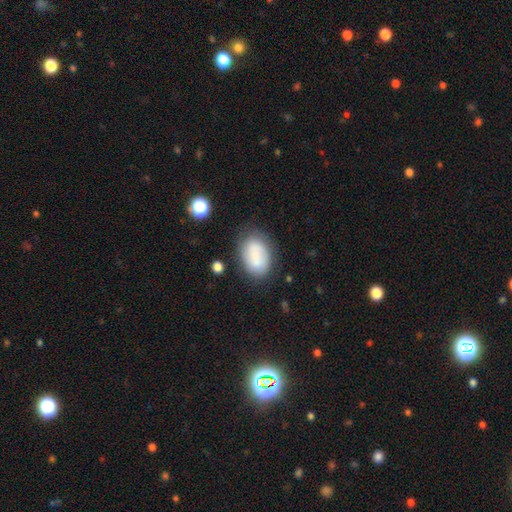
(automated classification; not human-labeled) Smooth or featured? Predicted: smooth (p=0.73). How rounded? Predicted: in between (p=0.83). Merging? Predicted: none (p=0.71).